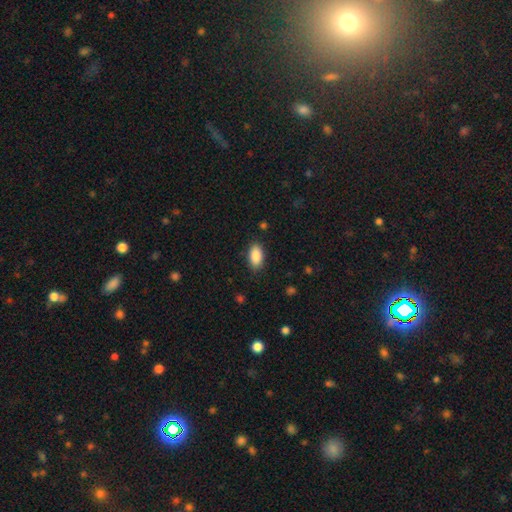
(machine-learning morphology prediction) A smooth galaxy with no disk features (88%) that is in between round and cigar-shaped (93%).

Vote fractions:
- Smooth or featured? smooth: 88% / star or artifact: 7% / featured or disk: 5%
- How rounded? in between: 93% / round: 4% / cigar-shaped: 3%
- Merging? none: 86% / minor disturbance: 11% / major disturbance: 3% / merger: 1%